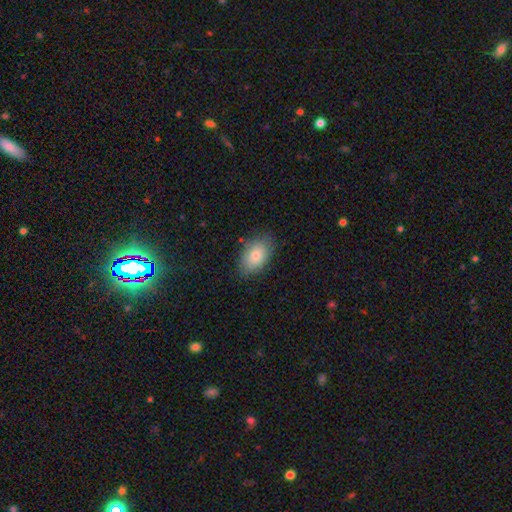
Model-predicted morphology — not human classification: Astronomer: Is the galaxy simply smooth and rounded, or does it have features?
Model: smooth — 80%.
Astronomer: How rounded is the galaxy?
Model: in between — 89%.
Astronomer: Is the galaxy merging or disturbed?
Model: none — 79%.